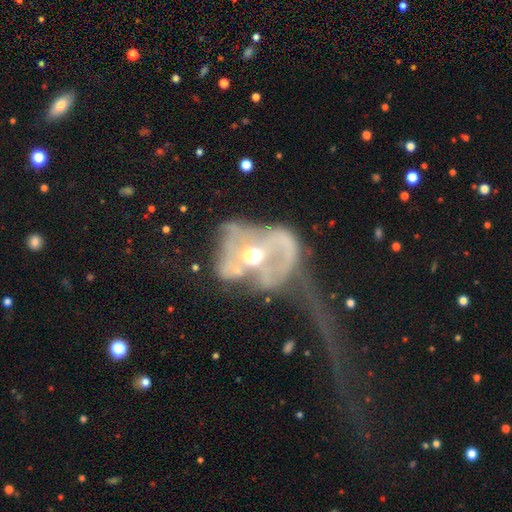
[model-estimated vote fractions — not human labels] smooth-or-featured: featured or disk: 72% | smooth: 19% | star or artifact: 9%
  disk-edge-on: no: 94% | yes: 6%
    bar: no: 67% | weak: 22% | strong: 11%
    has-spiral-arms: no: 64% | yes: 36%
    bulge-size: moderate: 74% | large: 14% | small: 9% | dominant: 2% | none: 2%
  merging: major disturbance: 54% | merger: 27% | none: 10% | minor disturbance: 9%